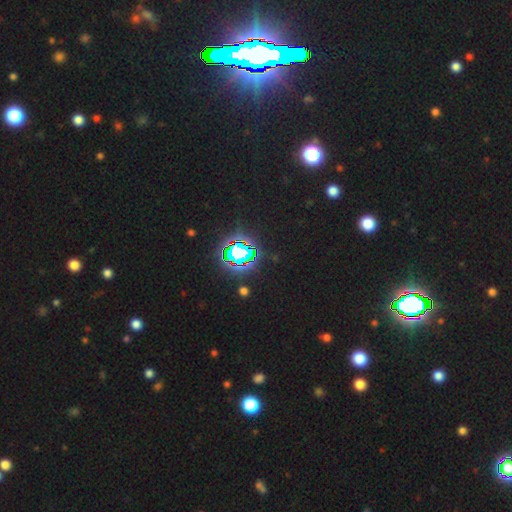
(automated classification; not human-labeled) This appears to be a star or artifact, not a galaxy (84%).